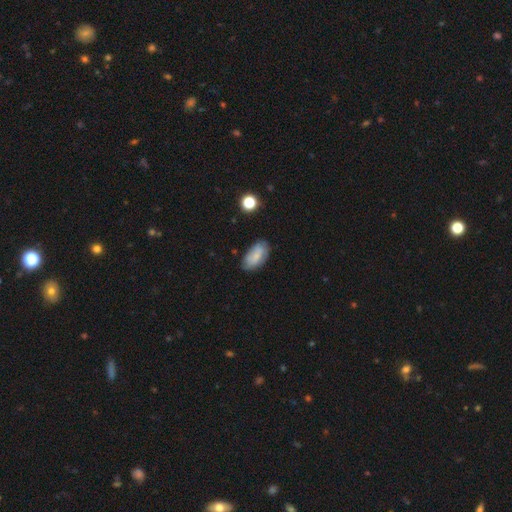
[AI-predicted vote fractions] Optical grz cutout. It shows a smooth galaxy with no disk features (71%) that is in between round and cigar-shaped (93%). Merging: none (69%).